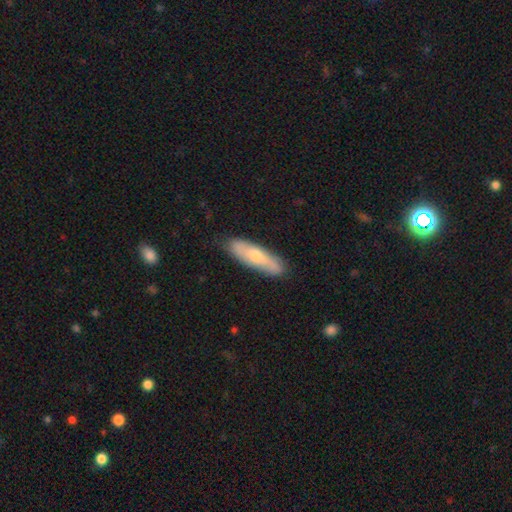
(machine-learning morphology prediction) smooth-or-featured: smooth: 57% | featured or disk: 37% | star or artifact: 6%
  how-rounded: cigar-shaped: 59% | in between: 39% | round: 2%
  merging: none: 81% | minor disturbance: 15% | major disturbance: 3% | merger: 1%